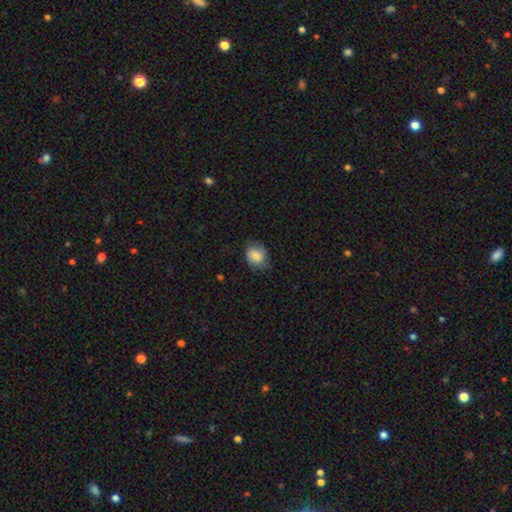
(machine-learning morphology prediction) type=smooth (79%); roundness=round (52%); merging=none (66%).